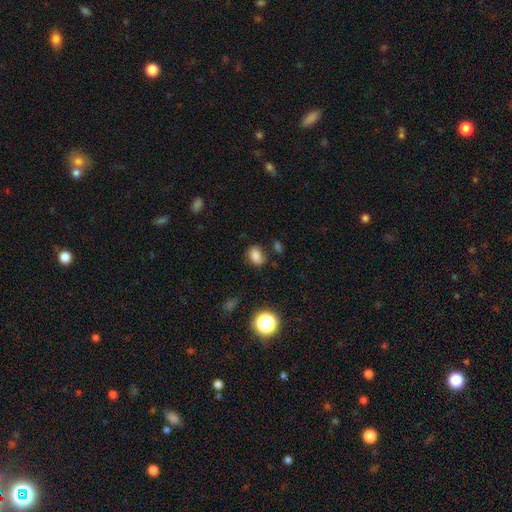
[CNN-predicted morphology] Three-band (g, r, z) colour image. It shows a smooth galaxy with no disk features (75%) that is in between round and cigar-shaped (71%). Merging: none (61%).